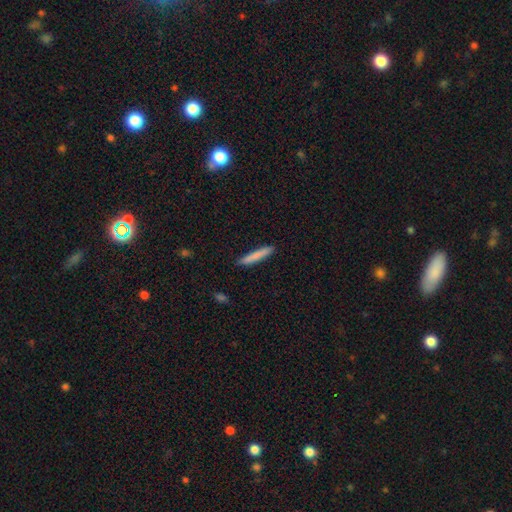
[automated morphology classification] Q: Smooth or featured?
A: smooth (80%); runner-up: featured or disk (14%)
Q: How rounded?
A: cigar-shaped (94%); runner-up: in between (4%)
Q: Merging?
A: none (90%); runner-up: minor disturbance (7%)